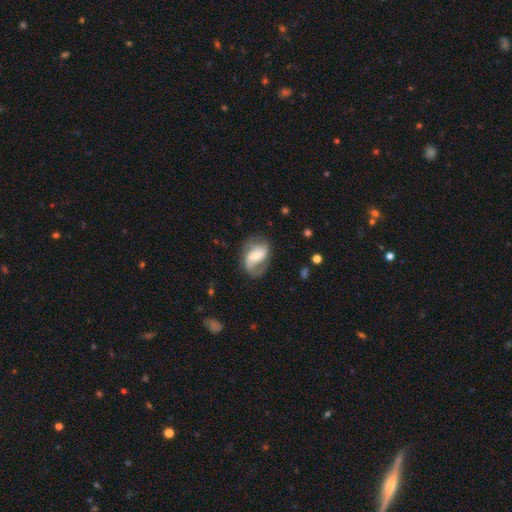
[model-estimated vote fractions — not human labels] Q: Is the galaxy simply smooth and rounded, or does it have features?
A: featured or disk — 73%.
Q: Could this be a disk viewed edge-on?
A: no — 97%.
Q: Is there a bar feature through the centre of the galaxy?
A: no — 42%.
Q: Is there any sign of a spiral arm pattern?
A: yes — 90%.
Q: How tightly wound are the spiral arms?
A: medium — 41%.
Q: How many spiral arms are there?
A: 2 — 70%.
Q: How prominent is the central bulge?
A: moderate — 52%.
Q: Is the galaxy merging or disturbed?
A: none — 60%.